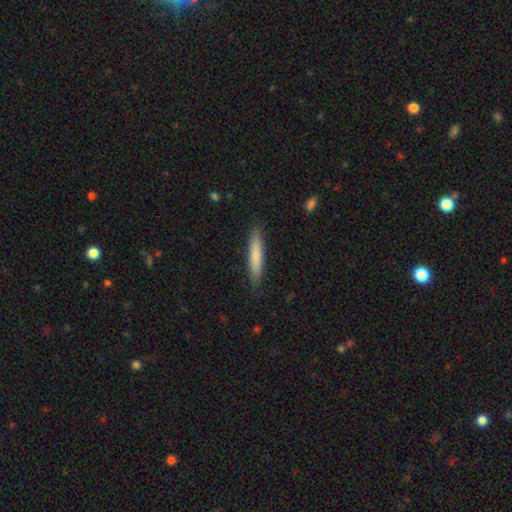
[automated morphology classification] Smooth or featured: smooth — 76% (featured or disk — 19%)
How rounded: cigar-shaped — 91% (in between — 8%)
Merging: none — 89% (minor disturbance — 8%)